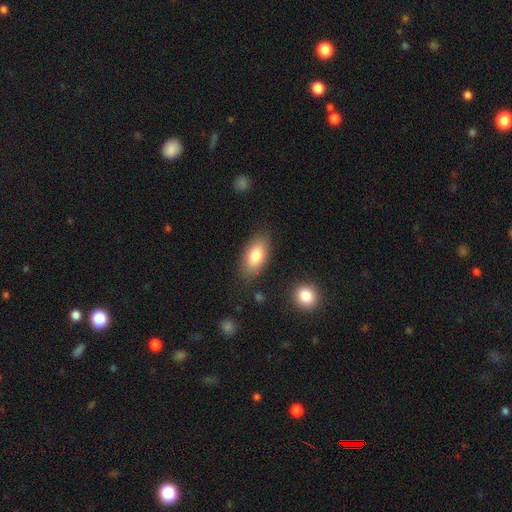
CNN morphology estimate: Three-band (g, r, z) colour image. It shows a smooth galaxy with no disk features (79%) that is in between round and cigar-shaped (90%). Merging: none (83%).